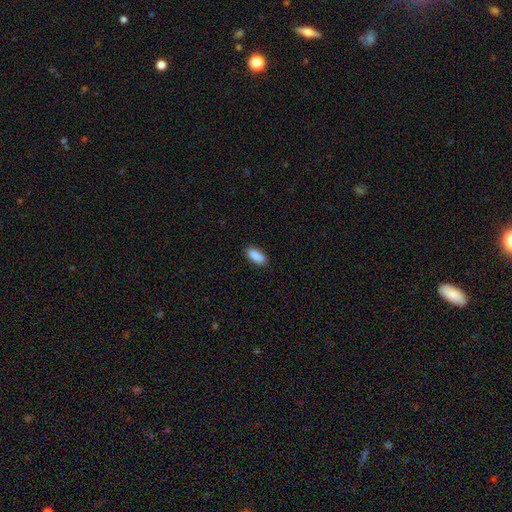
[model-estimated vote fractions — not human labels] smooth 90%, star or artifact 7%, featured or disk 4%. Down the decision tree: how rounded — in between (81%); merging — none (85%).